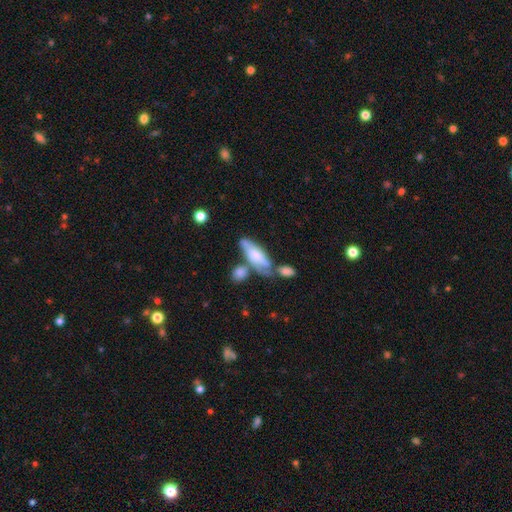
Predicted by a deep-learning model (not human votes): smooth 52%, featured or disk 41%, star or artifact 7%. Down the decision tree: how rounded — in between (65%); merging — none (34%).